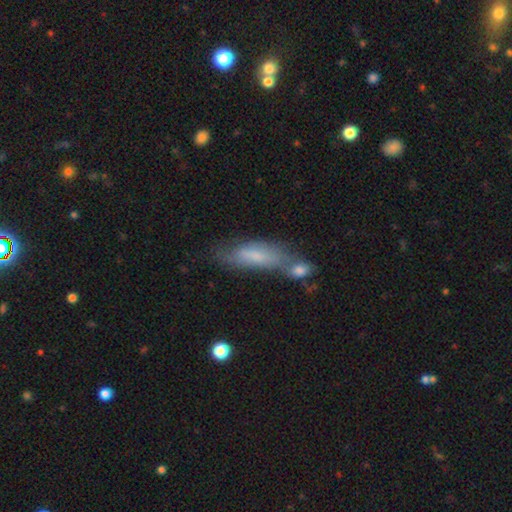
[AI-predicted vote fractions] Q: Smooth or featured?
A: smooth (62%); runner-up: featured or disk (30%)
Q: How rounded?
A: in between (52%); runner-up: cigar-shaped (45%)
Q: Merging?
A: none (36%); runner-up: merger (34%)